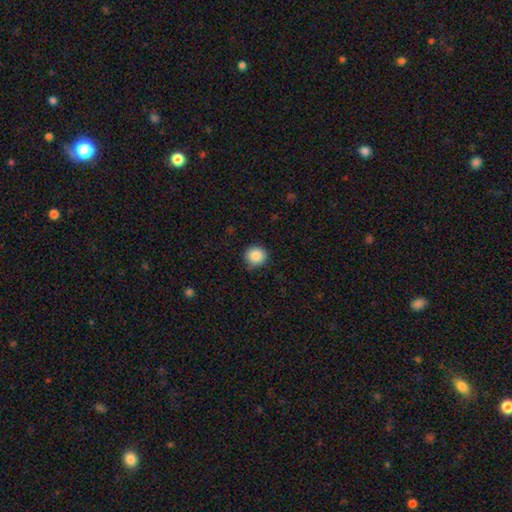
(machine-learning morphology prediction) This is clearly a smooth galaxy (87%). How rounded: clearly round (92%). Merging: clearly none (86%).